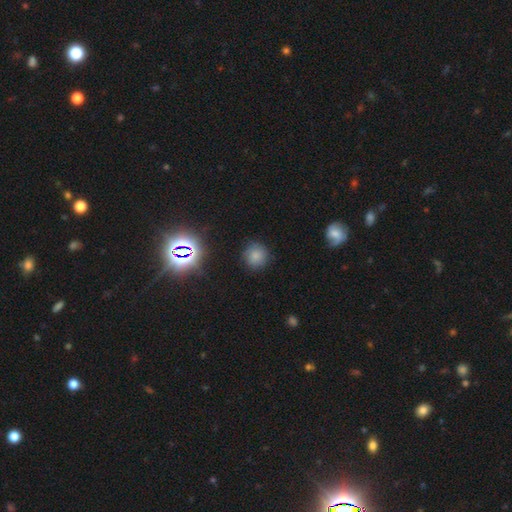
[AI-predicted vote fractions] Smooth or featured? smooth (73%)
How rounded? round (92%)
Merging? none (84%)